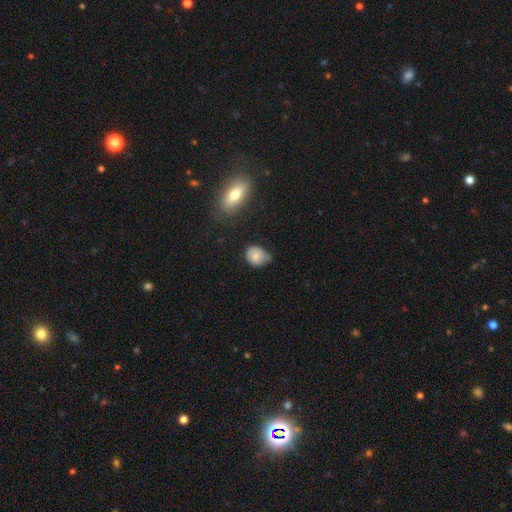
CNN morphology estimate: Overall: smooth (76%). How rounded: round (58%; in between 41%). Merging: none (49%; minor disturbance 38%).